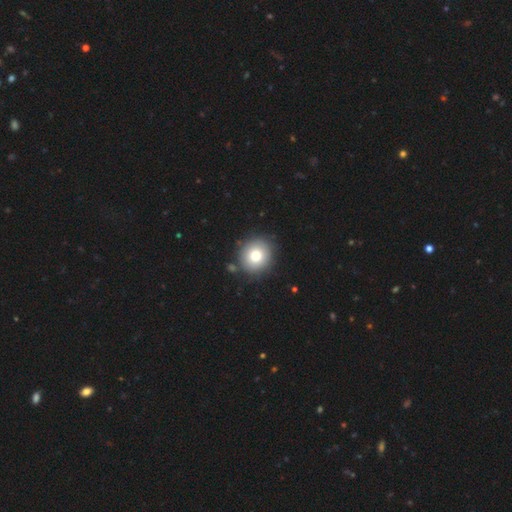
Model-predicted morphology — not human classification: Smooth or featured? Predicted: smooth (p=0.76). How rounded? Predicted: round (p=0.88). Merging? Predicted: none (p=0.86).